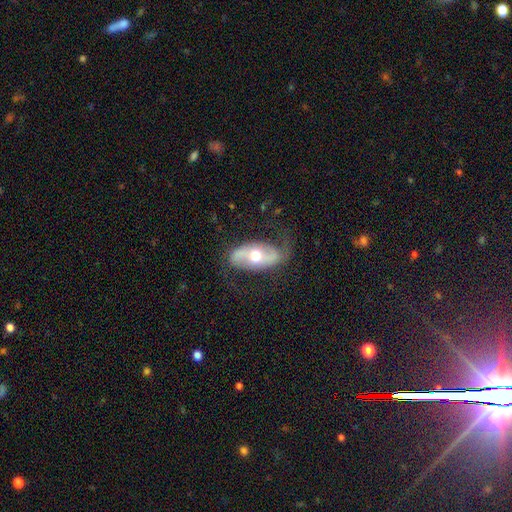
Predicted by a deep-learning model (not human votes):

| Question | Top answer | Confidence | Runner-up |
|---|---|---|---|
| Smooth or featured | featured or disk | 71% | smooth (23%) |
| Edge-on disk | no | 90% | yes (10%) |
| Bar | no | 44% | weak (29%) |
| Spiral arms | yes | 79% | no (21%) |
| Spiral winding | loose | 65% | medium (26%) |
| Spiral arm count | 2 | 88% | can't tell (5%) |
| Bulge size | moderate | 75% | small (12%) |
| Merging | none | 66% | minor disturbance (19%) |